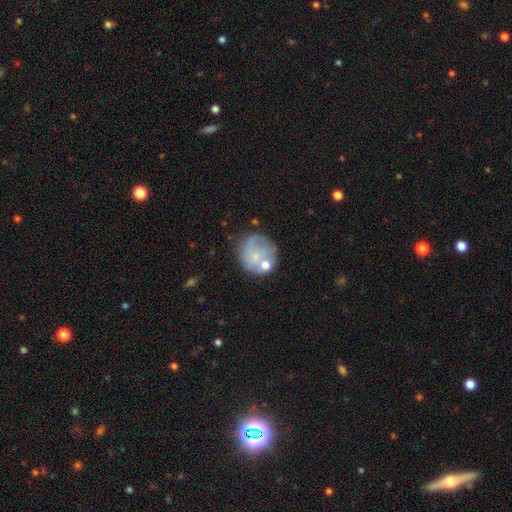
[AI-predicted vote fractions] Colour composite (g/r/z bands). It shows a smooth galaxy with no disk features (48%). Merging: none (50%).